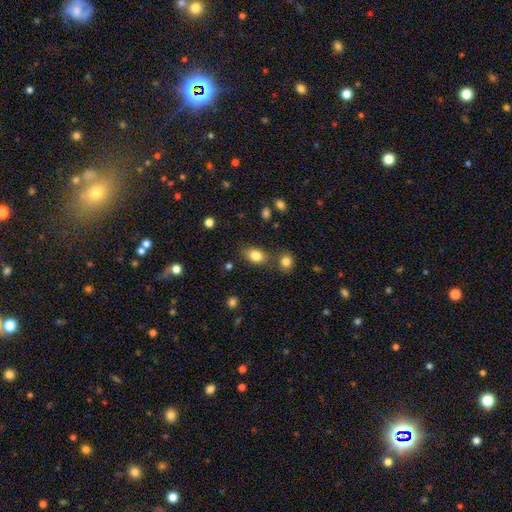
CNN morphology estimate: This appears to be a smooth galaxy with no disk features (82%) that is in between round and cigar-shaped (78%). Merging: none (70%).